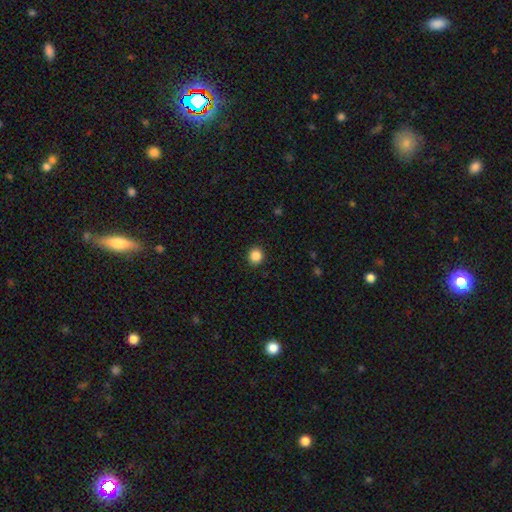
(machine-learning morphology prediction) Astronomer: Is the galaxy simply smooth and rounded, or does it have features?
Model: smooth — 87%.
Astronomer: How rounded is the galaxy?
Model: round — 89%.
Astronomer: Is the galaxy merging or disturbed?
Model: none — 92%.